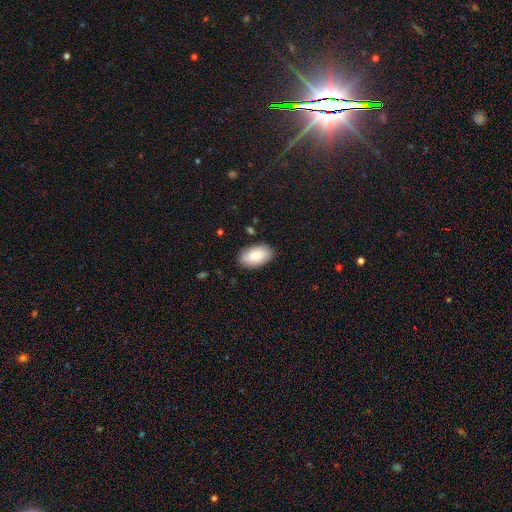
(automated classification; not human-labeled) smooth 85%, featured or disk 9%, star or artifact 6%. Down the decision tree: how rounded — in between (94%); merging — none (85%).